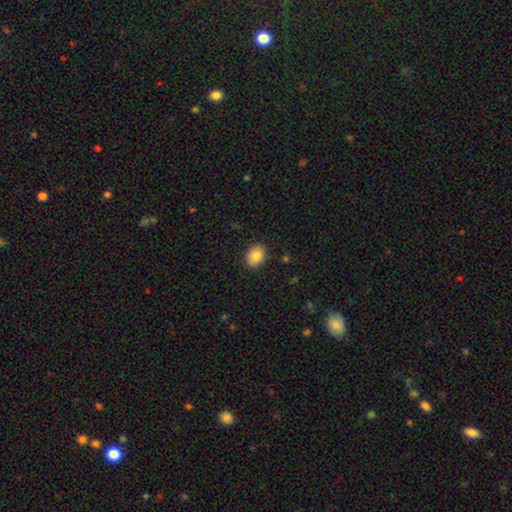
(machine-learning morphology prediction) Q: Smooth or featured?
A: smooth (87%); runner-up: star or artifact (8%)
Q: How rounded?
A: in between (75%); runner-up: round (24%)
Q: Merging?
A: none (87%); runner-up: minor disturbance (9%)